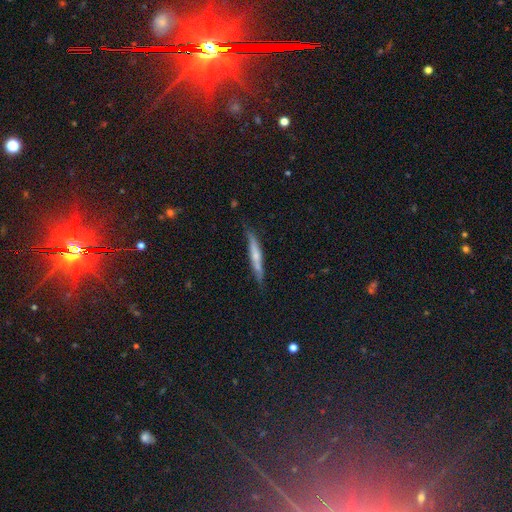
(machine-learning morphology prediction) Smooth or featured: featured or disk — 48% (smooth — 45%)
Merging: none — 74% (minor disturbance — 19%)